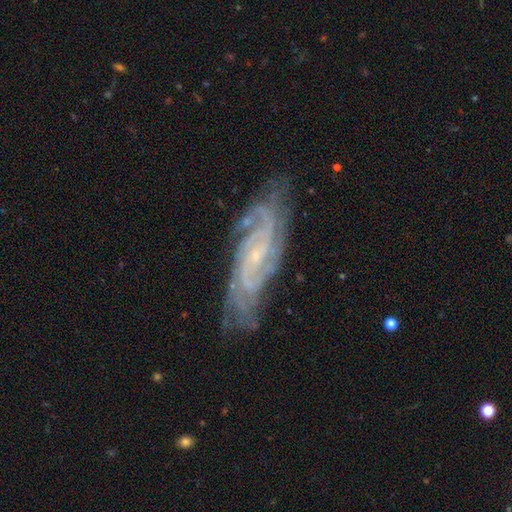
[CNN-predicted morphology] Smooth or featured: featured or disk — 90% (star or artifact — 6%)
Edge-on disk: no — 92% (yes — 8%)
Bar: no — 46% (weak — 39%)
Spiral arms: yes — 98% (no — 2%)
Spiral winding: tight — 60% (medium — 34%)
Spiral arm count: 2 — 28% (3 — 20%)
Bulge size: small — 81% (moderate — 13%)
Merging: none — 78% (minor disturbance — 17%)